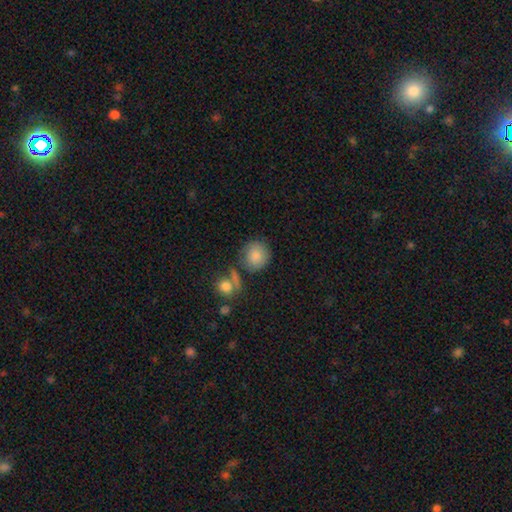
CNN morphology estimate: type=smooth (84%); roundness=round (79%); merging=none (68%).